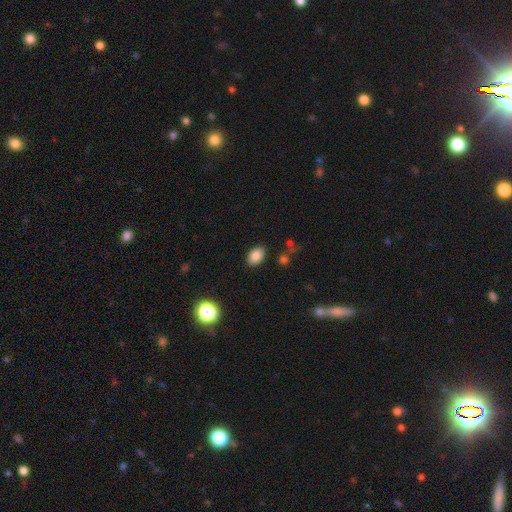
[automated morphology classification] Smooth or featured? smooth (85%)
How rounded? in between (86%)
Merging? none (87%)